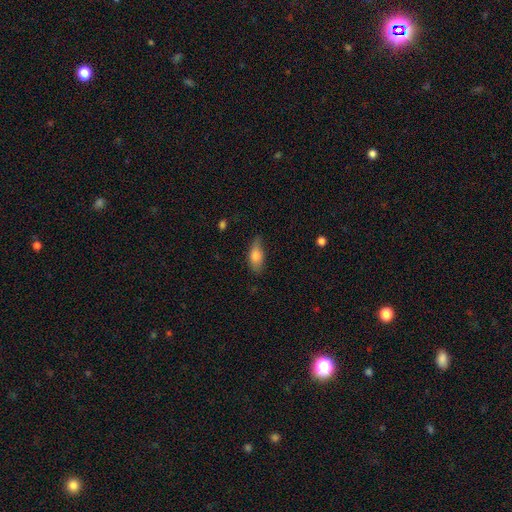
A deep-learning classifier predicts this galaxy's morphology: Overall: smooth (77%). How rounded: in between (84%). Merging: none (65%; minor disturbance 28%).